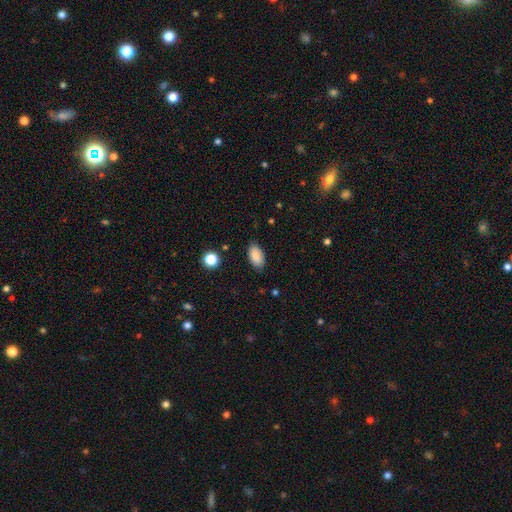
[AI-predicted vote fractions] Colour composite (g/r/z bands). It shows a smooth galaxy with no disk features (86%) that is in between round and cigar-shaped (94%). Merging: none (84%).